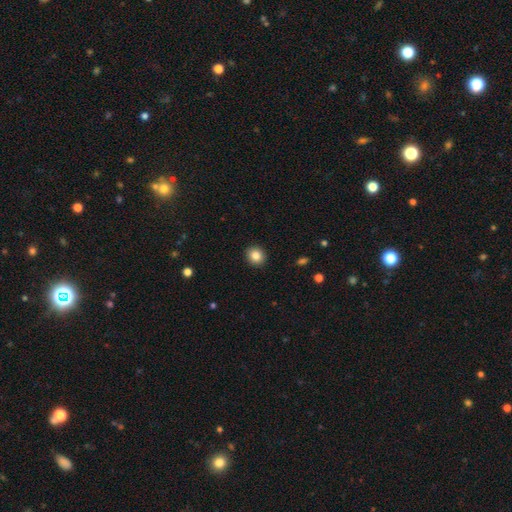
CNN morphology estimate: Smooth or featured? Predicted: smooth (p=0.85). How rounded? Predicted: round (p=0.84). Merging? Predicted: none (p=0.92).